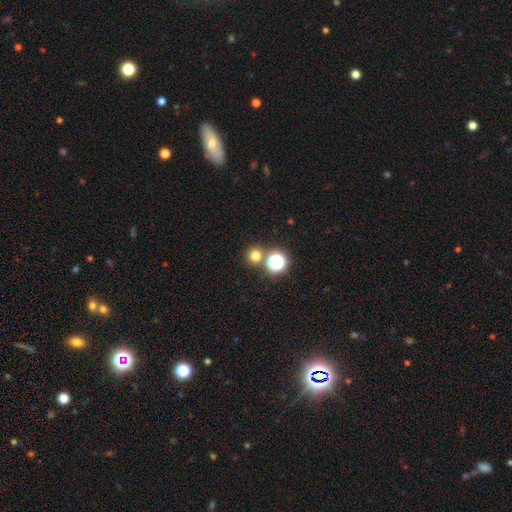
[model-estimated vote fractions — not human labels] smooth-or-featured: smooth: 72% | star or artifact: 22% | featured or disk: 6%
  how-rounded: round: 92% | in between: 7% | cigar-shaped: 1%
  merging: none: 75% | merger: 16% | minor disturbance: 6% | major disturbance: 3%